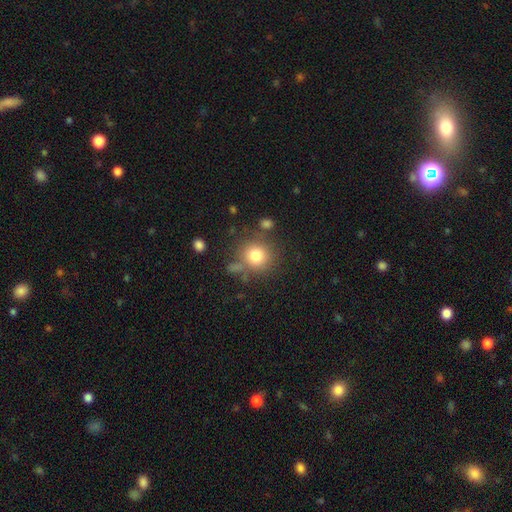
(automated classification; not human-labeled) smooth_or_featured: smooth (p=0.79) [alt: star or artifact p=0.12]
how_rounded: round (p=0.89) [alt: in between p=0.10]
merging: none (p=0.74) [alt: minor disturbance p=0.12]